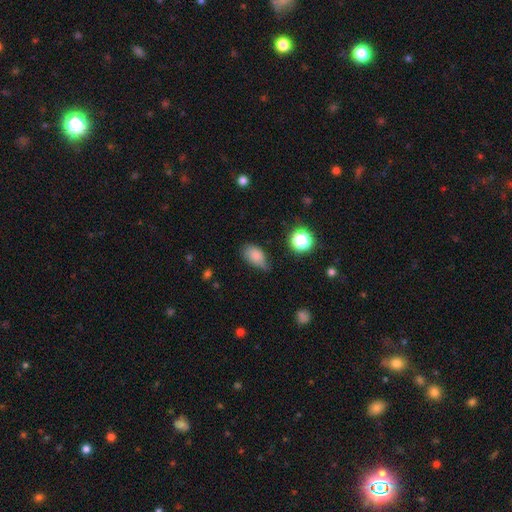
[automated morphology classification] The model was most divided on "merging": none: 46%, minor disturbance: 41%, major disturbance: 10%, merger: 3%. More confident: how rounded — in between (86%); smooth or featured — smooth (78%).